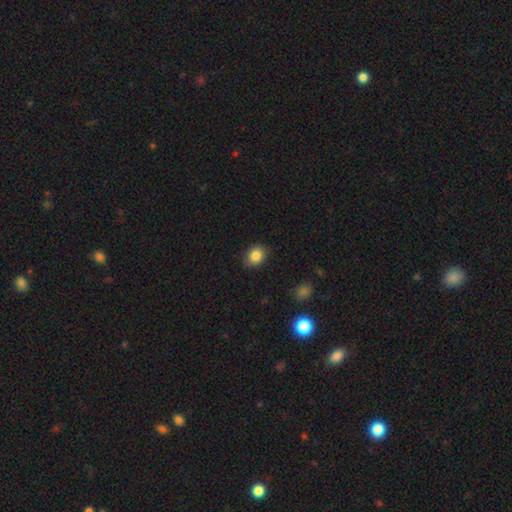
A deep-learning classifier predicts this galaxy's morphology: Smooth or featured: smooth — 85% (star or artifact — 9%)
How rounded: in between — 57% (round — 42%)
Merging: none — 85% (minor disturbance — 12%)